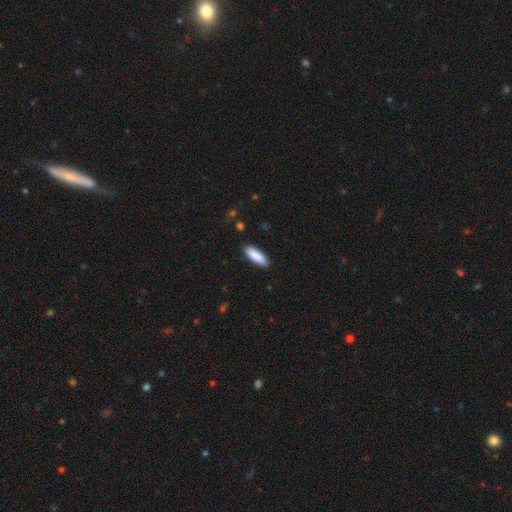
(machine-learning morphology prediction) smooth 89%, star or artifact 6%, featured or disk 5%. Down the decision tree: how rounded — in between (54%); merging — none (88%).